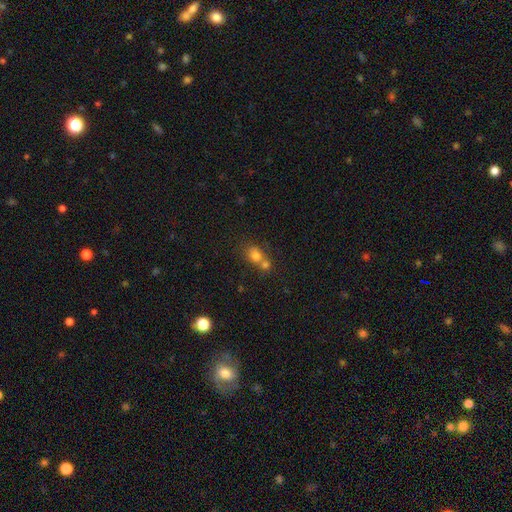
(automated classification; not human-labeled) Overall: smooth (75%). How rounded: round (59%; in between 39%). Merging: merger (57%; none 32%).